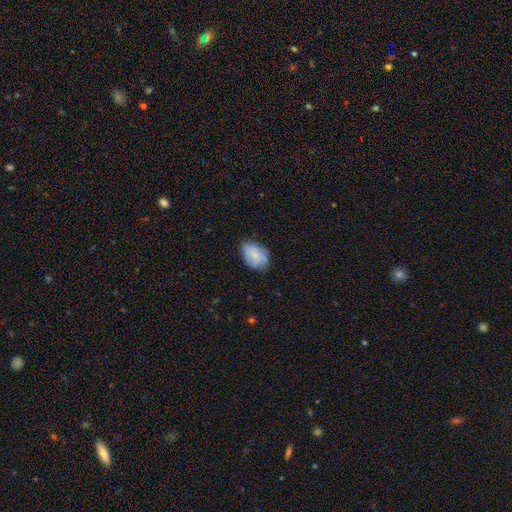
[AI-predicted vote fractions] Q: Smooth or featured?
A: smooth (73%); runner-up: featured or disk (19%)
Q: How rounded?
A: in between (85%); runner-up: round (14%)
Q: Merging?
A: none (66%); runner-up: minor disturbance (27%)